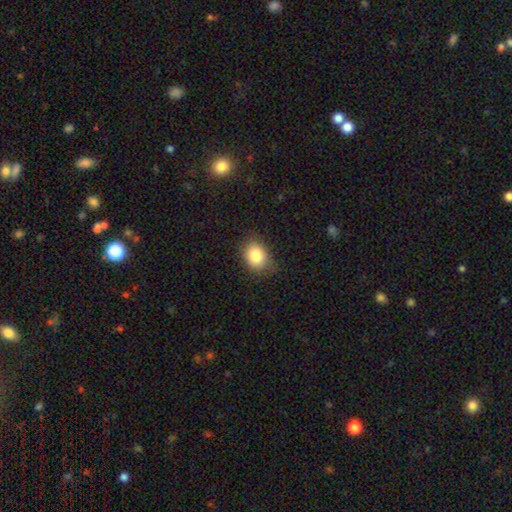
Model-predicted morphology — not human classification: Overall: smooth (85%). How rounded: in between (62%; round 37%). Merging: none (74%).